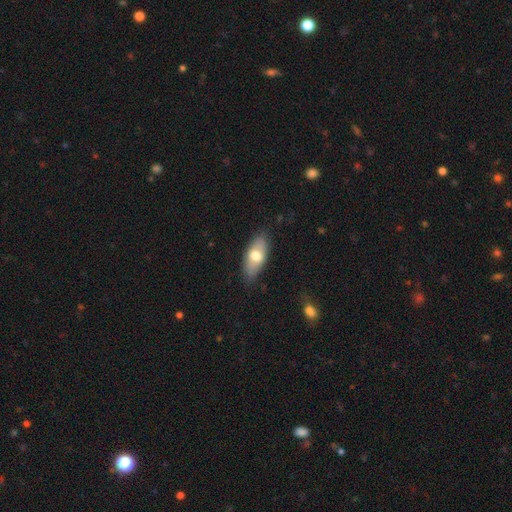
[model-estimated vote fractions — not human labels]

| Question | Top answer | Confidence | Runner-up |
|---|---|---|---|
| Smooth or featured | smooth | 66% | featured or disk (28%) |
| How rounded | in between | 85% | cigar-shaped (12%) |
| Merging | none | 81% | minor disturbance (15%) |